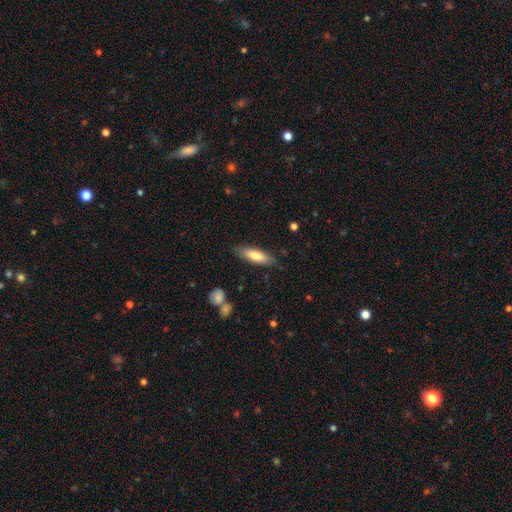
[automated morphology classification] Smooth or featured? Predicted: smooth (p=0.76). How rounded? Predicted: cigar-shaped (p=0.56). Merging? Predicted: none (p=0.83).